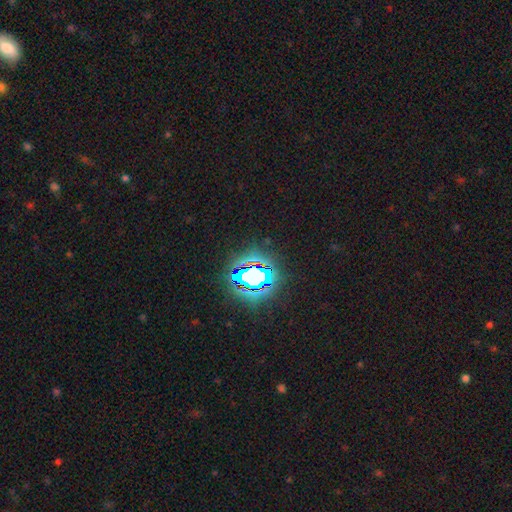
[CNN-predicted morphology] Smooth or featured: star or artifact — 79% (smooth — 13%)